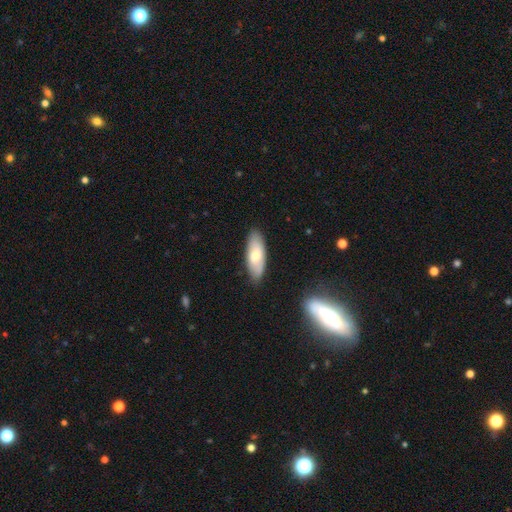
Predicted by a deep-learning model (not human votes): smooth-or-featured: smooth: 68% | featured or disk: 26% | star or artifact: 6%
  how-rounded: in between: 75% | cigar-shaped: 23% | round: 2%
  merging: none: 84% | minor disturbance: 12% | major disturbance: 2% | merger: 1%